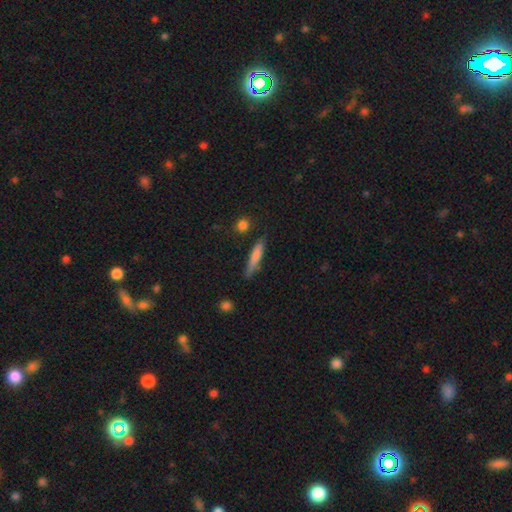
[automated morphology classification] Smooth or featured? smooth (71%)
How rounded? cigar-shaped (89%)
Merging? none (77%)